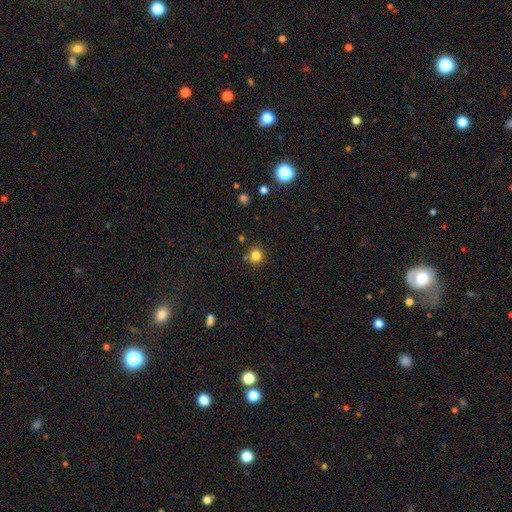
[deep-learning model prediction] A smooth galaxy with no disk features (81%) that is round (91%). Merging: none (80%).